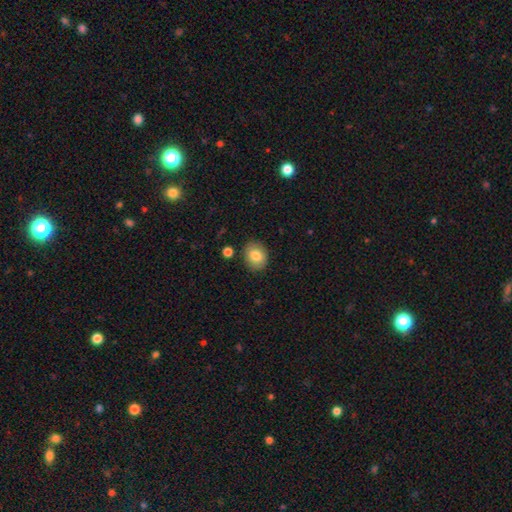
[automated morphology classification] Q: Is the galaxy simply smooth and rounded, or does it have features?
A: smooth — 82%.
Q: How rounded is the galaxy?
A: round — 59%.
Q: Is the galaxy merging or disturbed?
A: none — 85%.